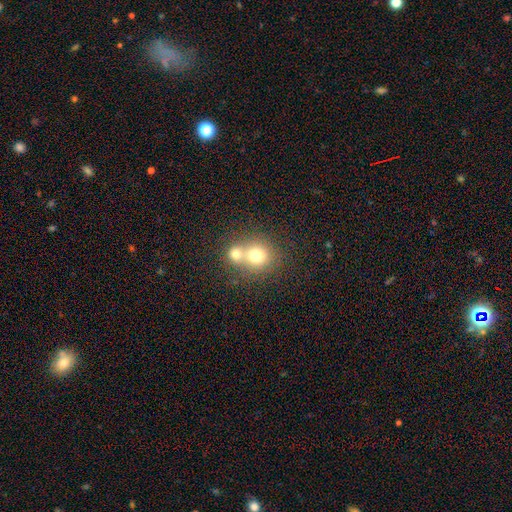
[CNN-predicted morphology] Q: Smooth or featured?
A: smooth (72%); runner-up: featured or disk (15%)
Q: How rounded?
A: round (80%); runner-up: in between (19%)
Q: Merging?
A: merger (56%); runner-up: none (35%)